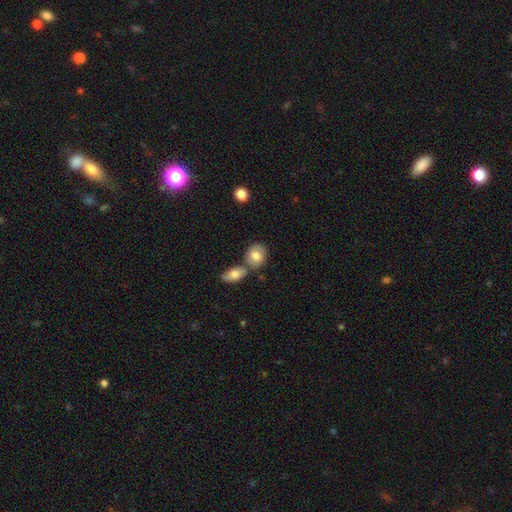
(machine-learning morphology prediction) Q: Smooth or featured?
A: smooth (80%); runner-up: featured or disk (13%)
Q: How rounded?
A: in between (58%); runner-up: round (41%)
Q: Merging?
A: none (55%); runner-up: merger (28%)